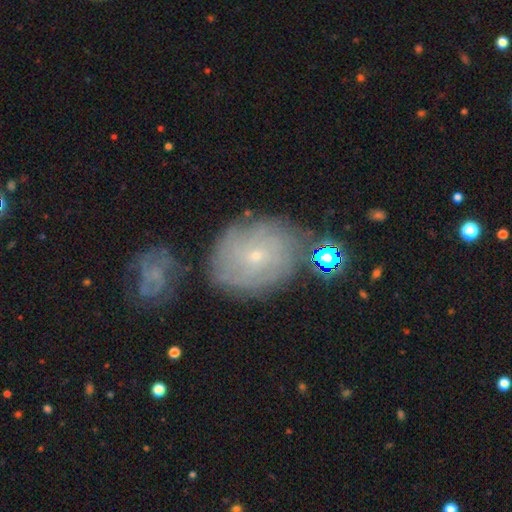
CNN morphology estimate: Smooth or featured?
  - featured or disk: 60% *
  - smooth: 28%
  - star or artifact: 13%
Edge-on disk?
  - no: 95% *
  - yes: 5%
Bar?
  - no: 78% *
  - weak: 18%
  - strong: 4%
Spiral arms?
  - yes: 79% *
  - no: 21%
Bulge size?
  - small: 86% *
  - moderate: 10%
  - none: 2%
  - large: 1%
  - dominant: 1%
Merging?
  - none: 74% *
  - minor disturbance: 15%
  - merger: 6%
  - major disturbance: 5%